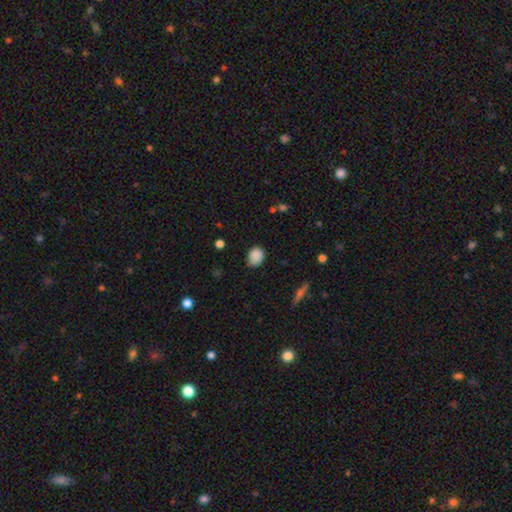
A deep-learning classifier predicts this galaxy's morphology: A smooth galaxy with no disk features (86%) that is round (51%). Merging: none (72%).